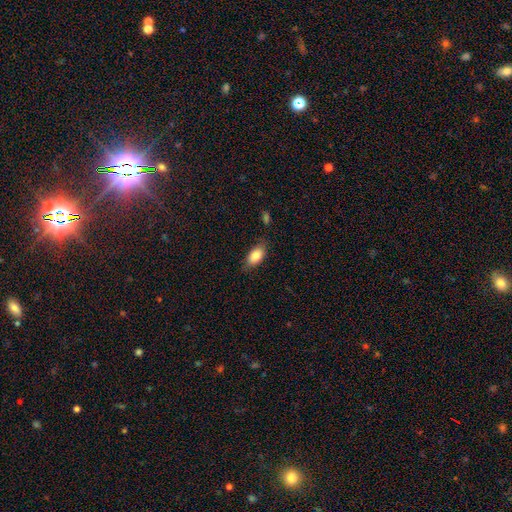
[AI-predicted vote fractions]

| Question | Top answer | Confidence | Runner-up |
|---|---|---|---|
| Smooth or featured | smooth | 83% | featured or disk (10%) |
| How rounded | in between | 89% | cigar-shaped (7%) |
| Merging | none | 77% | minor disturbance (18%) |